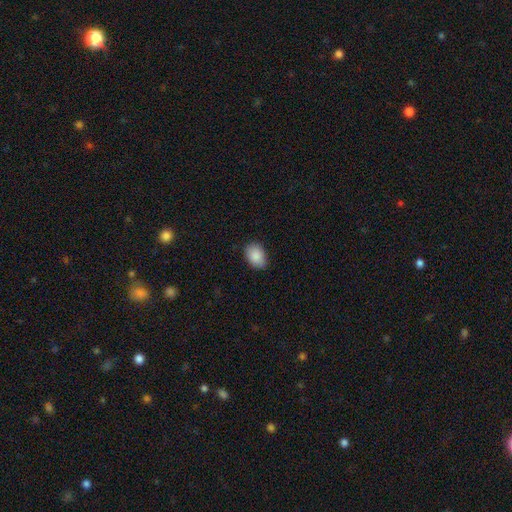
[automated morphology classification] smooth_or_featured: smooth (p=0.89) [alt: star or artifact p=0.07]
how_rounded: in between (p=0.82) [alt: round p=0.17]
merging: none (p=0.83) [alt: minor disturbance p=0.14]